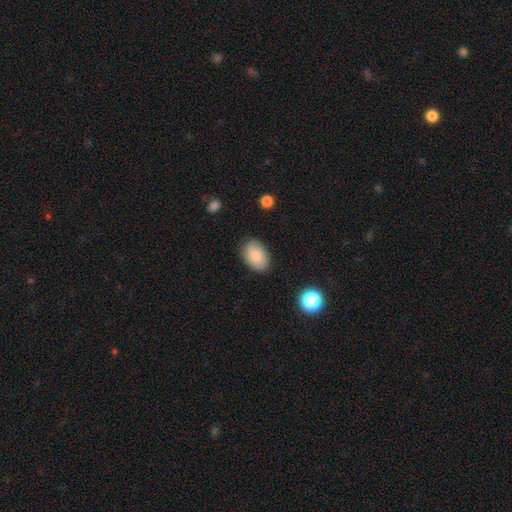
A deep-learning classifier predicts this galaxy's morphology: smooth_or_featured: smooth (p=0.85) [alt: featured or disk p=0.08]
how_rounded: in between (p=0.87) [alt: round p=0.12]
merging: none (p=0.85) [alt: minor disturbance p=0.11]